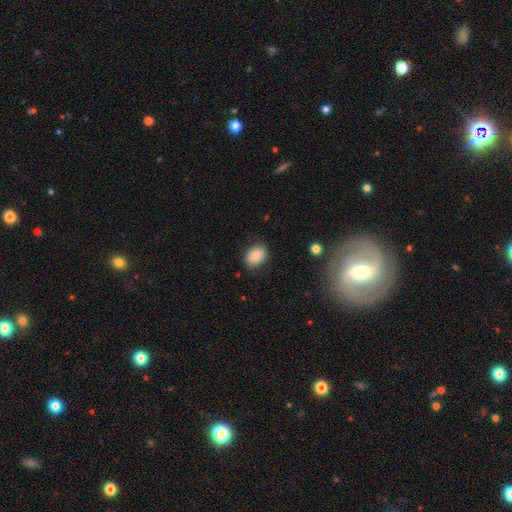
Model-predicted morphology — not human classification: Smooth or featured? smooth (80%)
How rounded? in between (62%)
Merging? none (83%)